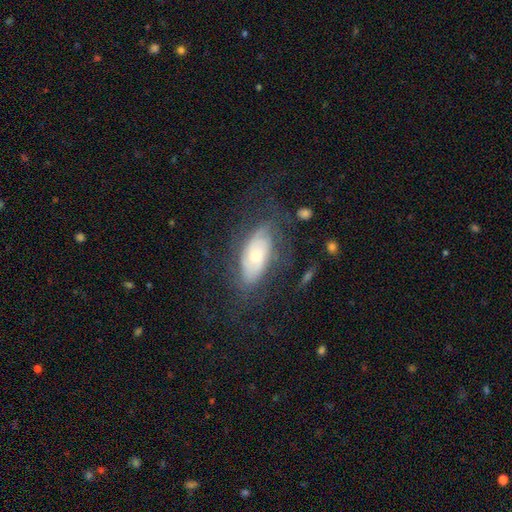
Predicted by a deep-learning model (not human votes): A featured or disk galaxy (62%) with no bar (80%), spiral arms (78%) and a small central bulge (49%).

Vote fractions:
- Smooth or featured? featured or disk: 62% / smooth: 30% / star or artifact: 8%
- Edge-on disk? no: 89% / yes: 11%
- Bar? no: 80% / weak: 16% / strong: 4%
- Spiral arms? yes: 78% / no: 22%
- Bulge size? small: 49% / moderate: 42% / large: 6% / dominant: 2% / none: 2%
- Merging? none: 63% / minor disturbance: 20% / major disturbance: 15% / merger: 2%